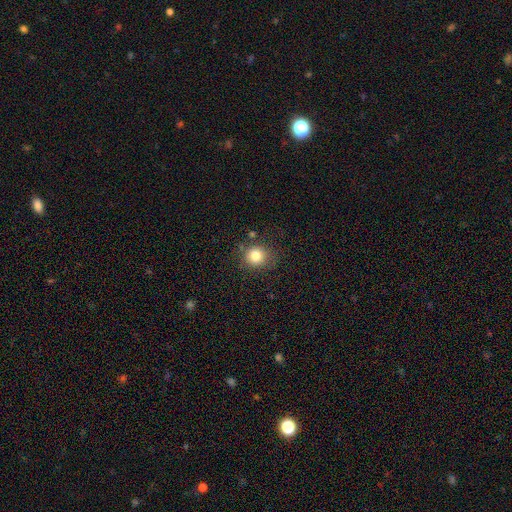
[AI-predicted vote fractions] smooth-or-featured: smooth: 81% | star or artifact: 12% | featured or disk: 7%
  how-rounded: round: 86% | in between: 13% | cigar-shaped: 1%
  merging: none: 79% | minor disturbance: 13% | merger: 4% | major disturbance: 4%